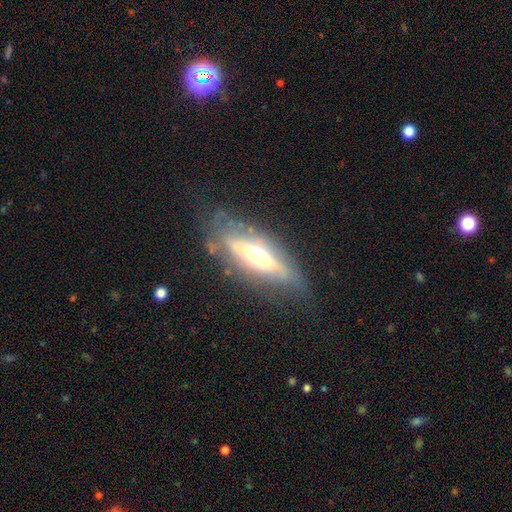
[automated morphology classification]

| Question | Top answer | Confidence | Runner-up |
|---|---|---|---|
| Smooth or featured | featured or disk | 70% | smooth (23%) |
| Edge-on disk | yes | 61% | no (39%) |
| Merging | none | 60% | minor disturbance (24%) |